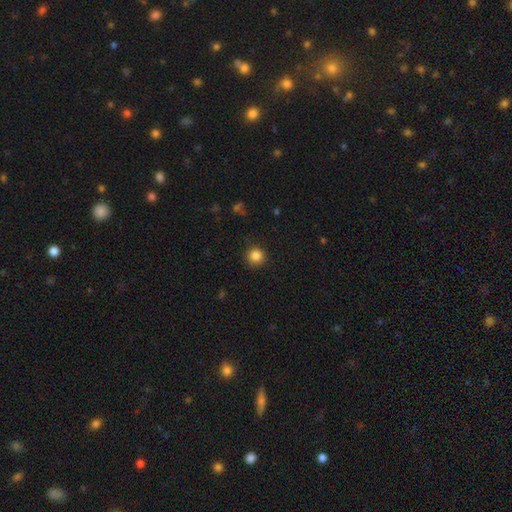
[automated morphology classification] Smooth or featured: smooth — 85% (star or artifact — 11%)
How rounded: round — 94% (in between — 5%)
Merging: none — 90% (minor disturbance — 7%)